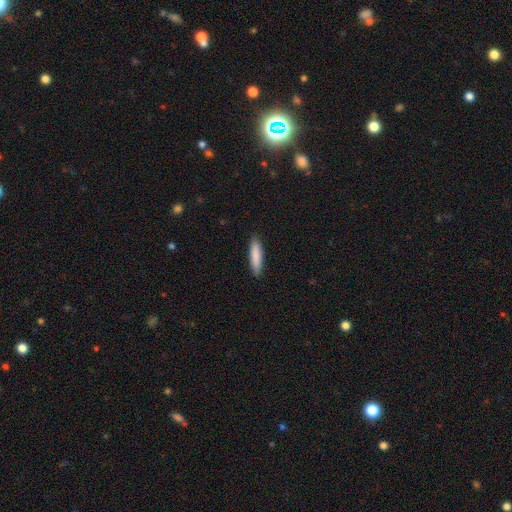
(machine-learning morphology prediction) smooth-or-featured: smooth: 86% | featured or disk: 8% | star or artifact: 5%
  how-rounded: cigar-shaped: 79% | in between: 20% | round: 1%
  merging: none: 89% | minor disturbance: 8% | major disturbance: 2% | merger: 1%